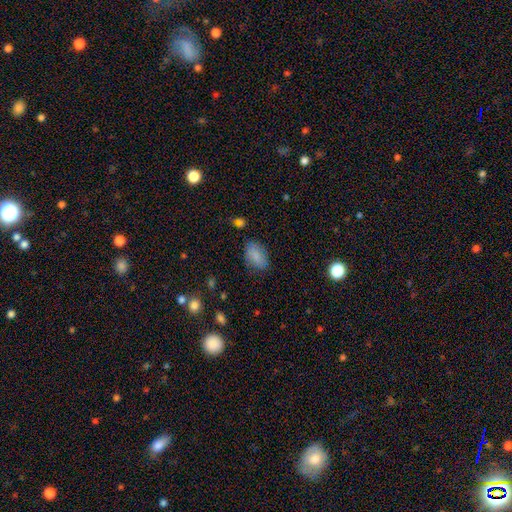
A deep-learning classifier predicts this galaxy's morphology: Smooth or featured? Predicted: smooth (p=0.84). How rounded? Predicted: in between (p=0.89). Merging? Predicted: none (p=0.77).